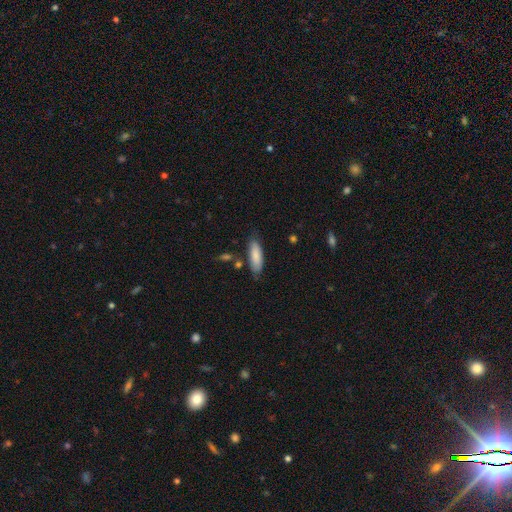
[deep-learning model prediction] The model was most divided on "how rounded": in between: 57%, cigar-shaped: 41%, round: 2%. More confident: smooth or featured — smooth (82%); merging — none (73%).